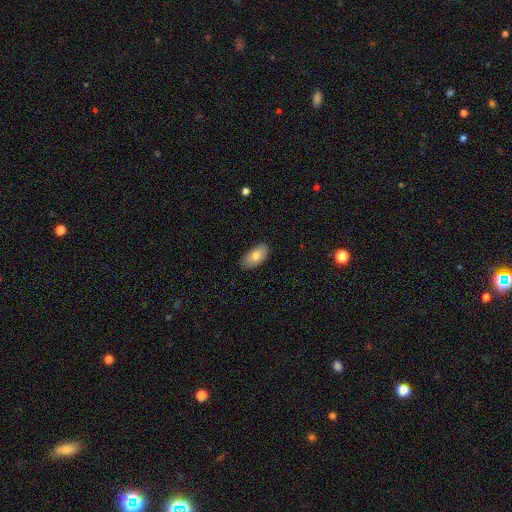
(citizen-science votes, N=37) Morphology: type=smooth (84%); roundness=in between (100%); merging=none (85%).